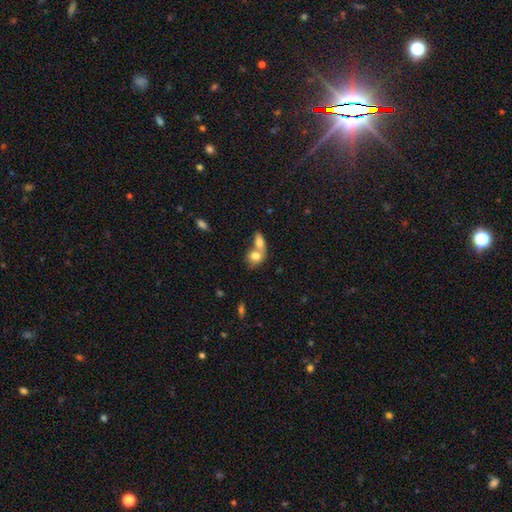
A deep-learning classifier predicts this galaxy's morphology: A smooth galaxy with no disk features (78%) that is in between round and cigar-shaped (58%). Merging: merger (69%).